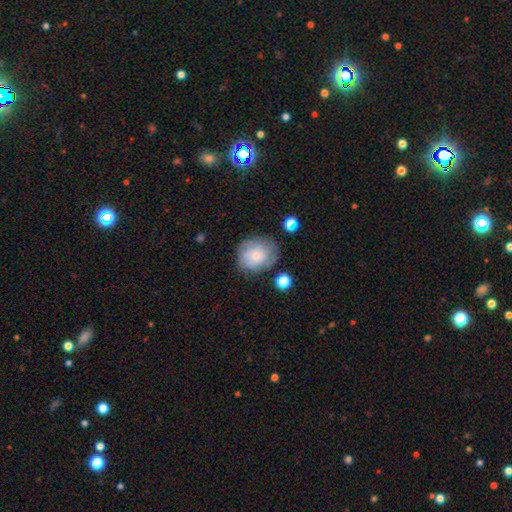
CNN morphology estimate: This appears to be a smooth galaxy with no disk features (55%) that is round (76%). Merging: none (70%).